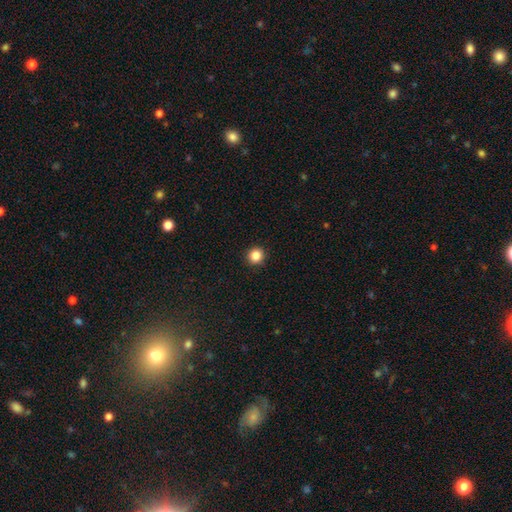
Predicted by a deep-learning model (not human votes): Smooth or featured: smooth — 86% (star or artifact — 11%)
How rounded: round — 94% (in between — 5%)
Merging: none — 93% (minor disturbance — 5%)